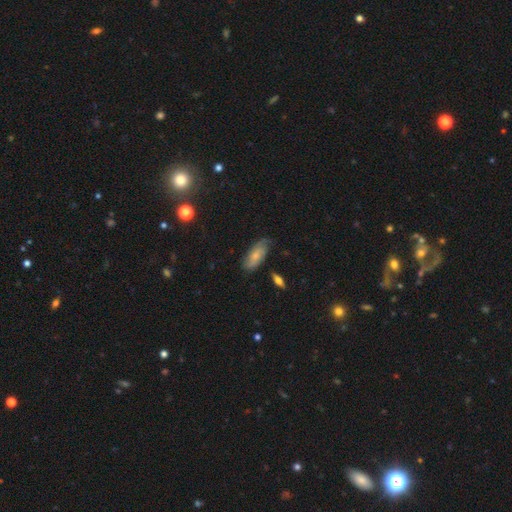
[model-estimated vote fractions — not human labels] Smooth or featured? Predicted: smooth (p=0.54). How rounded? Predicted: in between (p=0.85). Merging? Predicted: none (p=0.65).